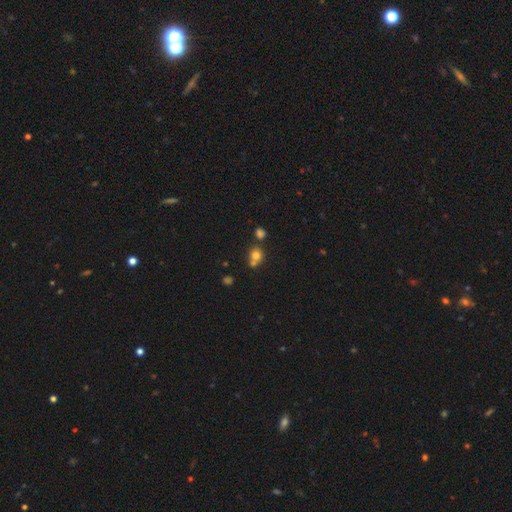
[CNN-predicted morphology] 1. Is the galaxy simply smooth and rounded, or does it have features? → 75% smooth, 15% star or artifact, 10% featured or disk.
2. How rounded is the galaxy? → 81% round, 18% in between, 1% cigar-shaped.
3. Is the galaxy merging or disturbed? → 51% none, 37% merger, 9% minor disturbance, 4% major disturbance.